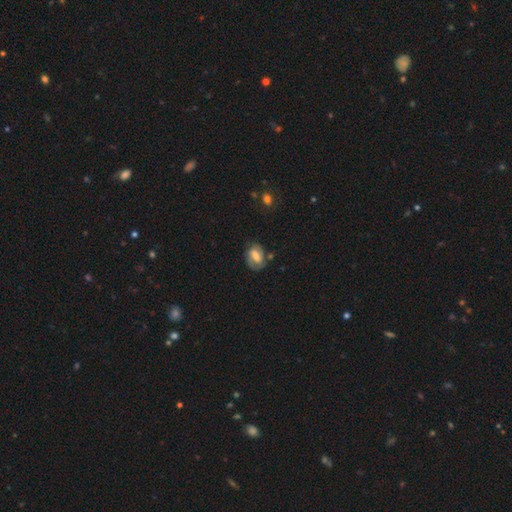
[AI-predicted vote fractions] A featured or disk galaxy (53%) with a weak bar (44%), spiral arms (77%) and a moderate central bulge (43%).

Vote fractions:
- Smooth or featured? featured or disk: 53% / smooth: 39% / star or artifact: 8%
- Edge-on disk? no: 96% / yes: 4%
- Bar? weak: 44% / strong: 33% / no: 23%
- Spiral arms? yes: 77% / no: 23%
- Bulge size? moderate: 43% / small: 23% / large: 22% / none: 10% / dominant: 3%
- Merging? none: 64% / minor disturbance: 22% / major disturbance: 9% / merger: 5%